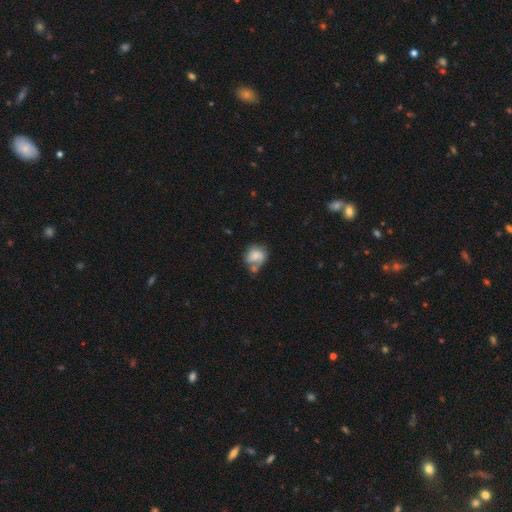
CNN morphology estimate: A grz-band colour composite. It shows a smooth galaxy with no disk features (51%) that is round (63%). Merging: none (38%).